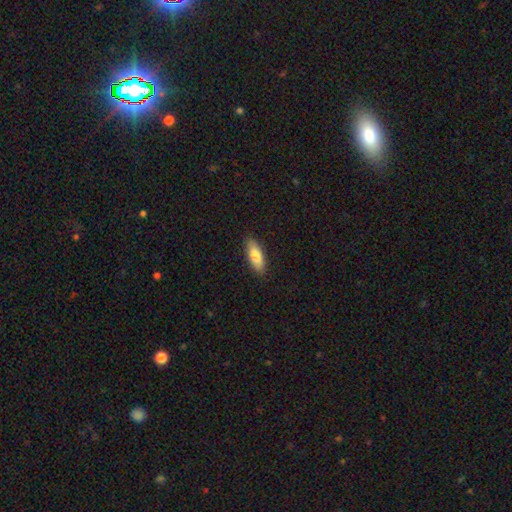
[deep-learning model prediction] This is likely a smooth galaxy (79%). How rounded: likely in between (64%). Merging: clearly none (88%).